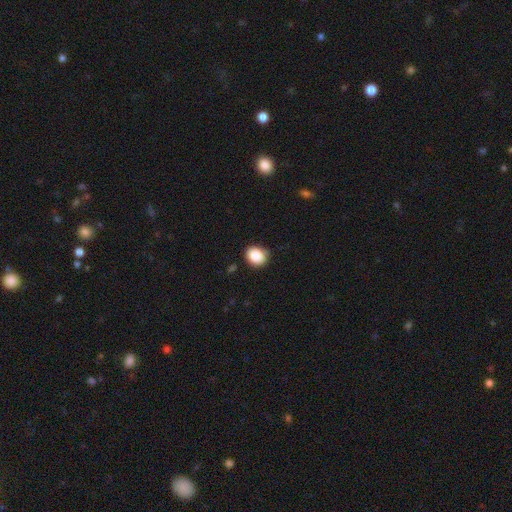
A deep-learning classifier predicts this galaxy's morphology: Smooth or featured? smooth (87%)
How rounded? round (64%)
Merging? none (81%)